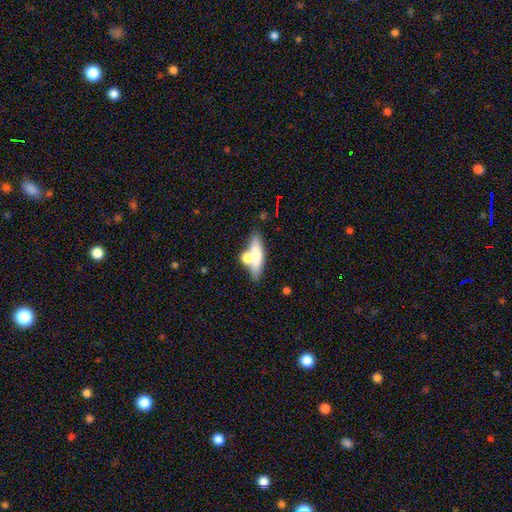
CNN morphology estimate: The model was most divided on "how rounded": cigar-shaped: 57%, in between: 37%, round: 6%. More confident: smooth or featured — smooth (63%); merging — none (56%).